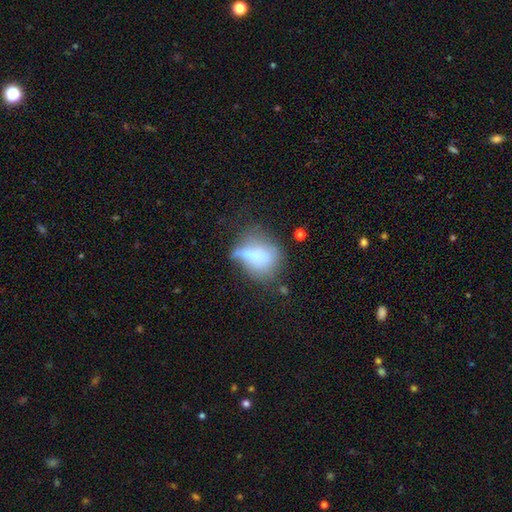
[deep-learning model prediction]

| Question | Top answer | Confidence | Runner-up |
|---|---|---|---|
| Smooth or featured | smooth | 56% | featured or disk (32%) |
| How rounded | in between | 55% | round (41%) |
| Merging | none | 31% | merger (29%) |